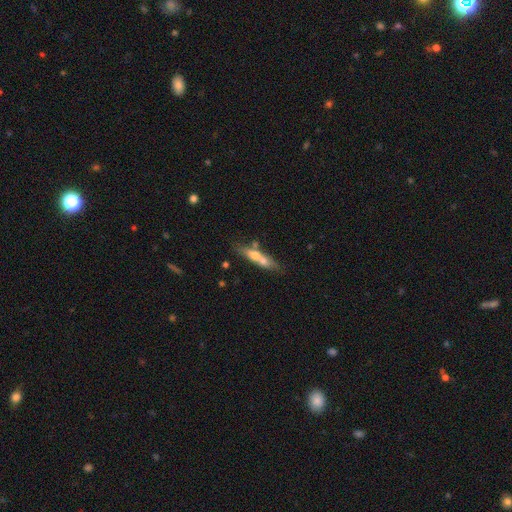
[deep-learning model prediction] smooth_or_featured: smooth (p=0.49) [alt: featured or disk p=0.44]
merging: none (p=0.47) [alt: merger p=0.34]